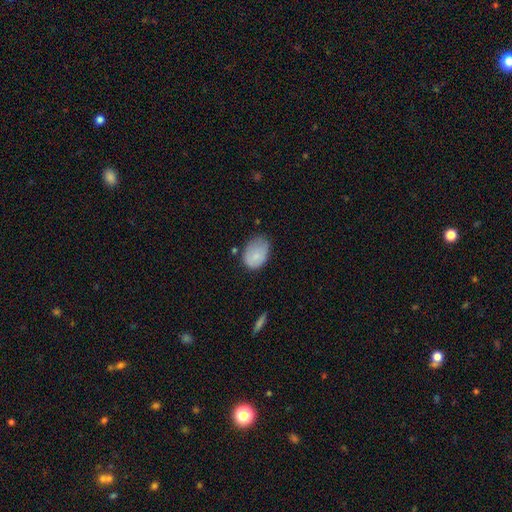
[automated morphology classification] smooth-or-featured: smooth: 80% | featured or disk: 12% | star or artifact: 7%
  how-rounded: in between: 77% | round: 22% | cigar-shaped: 1%
  merging: none: 47% | minor disturbance: 38% | major disturbance: 11% | merger: 3%